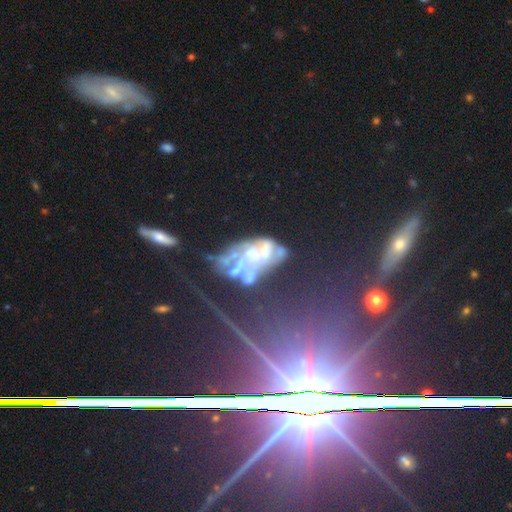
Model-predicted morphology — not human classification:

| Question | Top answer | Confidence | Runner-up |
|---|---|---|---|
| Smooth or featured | featured or disk | 61% | star or artifact (23%) |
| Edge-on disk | no | 93% | yes (7%) |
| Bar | no | 88% | weak (8%) |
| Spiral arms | no | 78% | yes (22%) |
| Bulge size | none | 52% | small (21%) |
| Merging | major disturbance | 29% | tied: none (29%) |